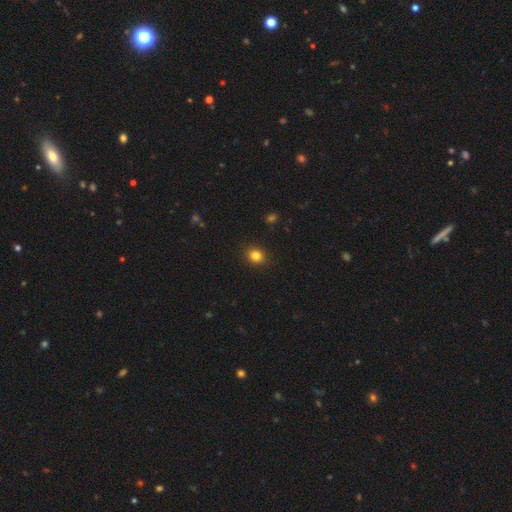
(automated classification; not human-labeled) A smooth galaxy with no disk features (82%) that is round (74%). Merging: none (91%).